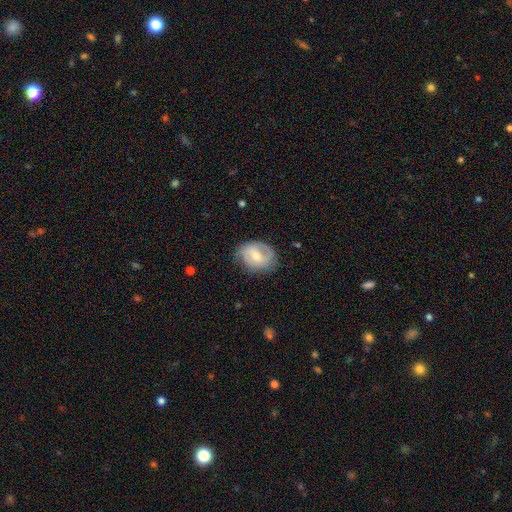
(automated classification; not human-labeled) The model was most divided on "bar": weak: 47%, no: 37%, strong: 16%. More confident: edge-on disk — no (96%); spiral arms — yes (76%); merging — none (67%); smooth or featured — featured or disk (60%); bulge size — moderate (58%).